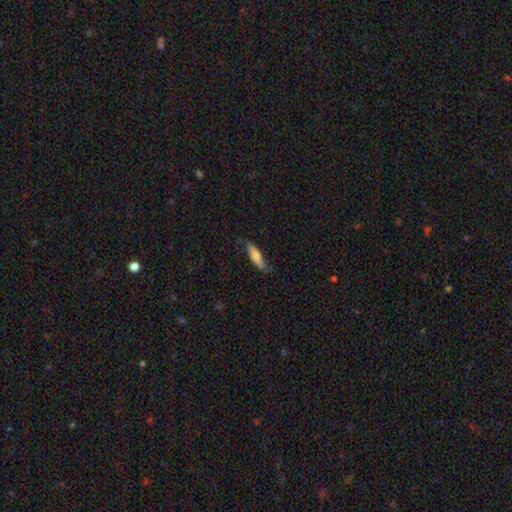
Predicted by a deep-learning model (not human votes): This is possibly a smooth galaxy (54%). How rounded: likely cigar-shaped (71%). Merging: likely none (65%).